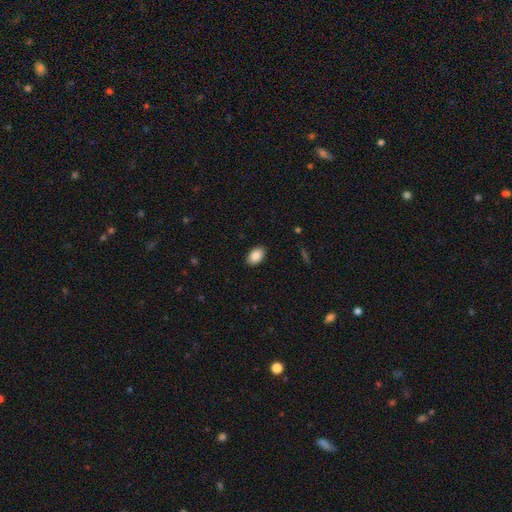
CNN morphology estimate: smooth 89%, star or artifact 7%, featured or disk 4%. Down the decision tree: how rounded — in between (90%); merging — none (89%).